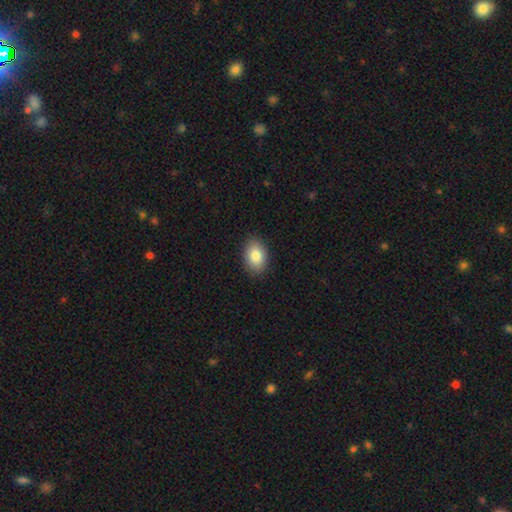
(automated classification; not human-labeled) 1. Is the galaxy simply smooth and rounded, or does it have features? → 84% smooth, 8% featured or disk, 7% star or artifact.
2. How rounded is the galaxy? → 84% in between, 15% round, 1% cigar-shaped.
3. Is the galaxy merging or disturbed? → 89% none, 8% minor disturbance, 2% major disturbance, 1% merger.